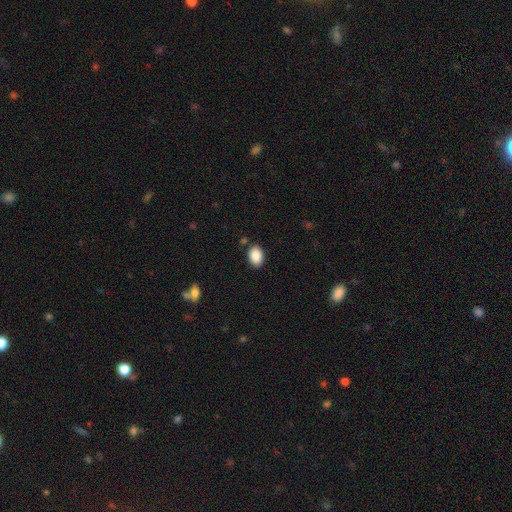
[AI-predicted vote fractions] Smooth or featured? Predicted: smooth (p=0.89). How rounded? Predicted: in between (p=0.84). Merging? Predicted: none (p=0.85).